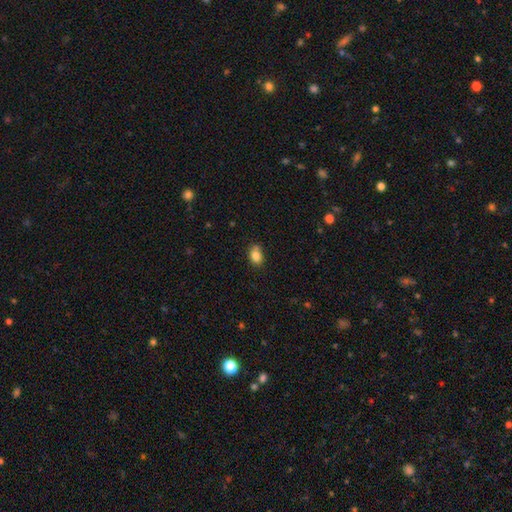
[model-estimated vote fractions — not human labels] A smooth galaxy with no disk features (85%) that is in between round and cigar-shaped (79%).

Vote fractions:
- Smooth or featured? smooth: 85% / star or artifact: 9% / featured or disk: 6%
- How rounded? in between: 79% / round: 19% / cigar-shaped: 2%
- Merging? none: 75% / minor disturbance: 20% / major disturbance: 3% / merger: 2%